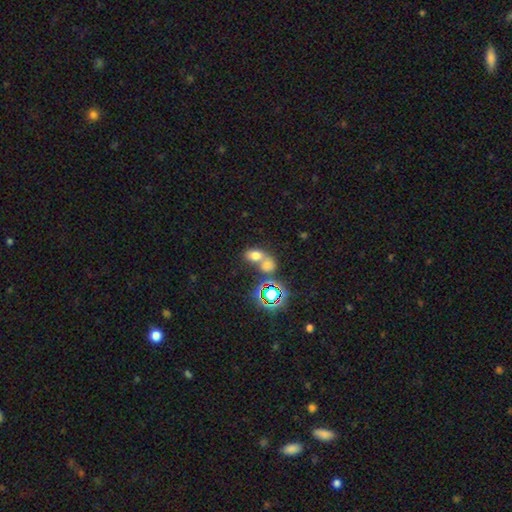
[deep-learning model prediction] The model was most divided on "merging": merger: 58%, none: 30%, minor disturbance: 7%, major disturbance: 4%. More confident: smooth or featured — smooth (67%); how rounded — in between (66%).